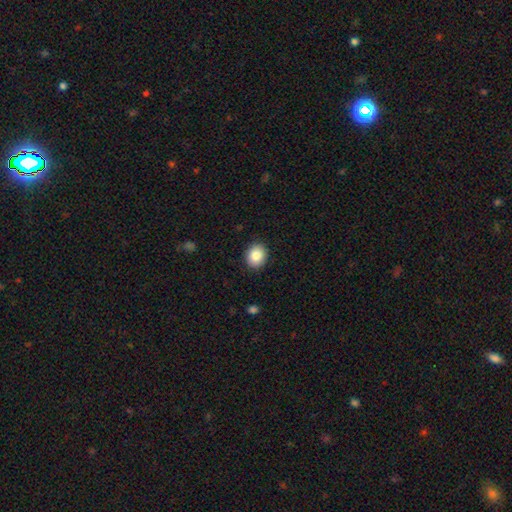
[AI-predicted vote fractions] Overall: smooth (86%). How rounded: round (61%; in between 38%). Merging: none (90%).